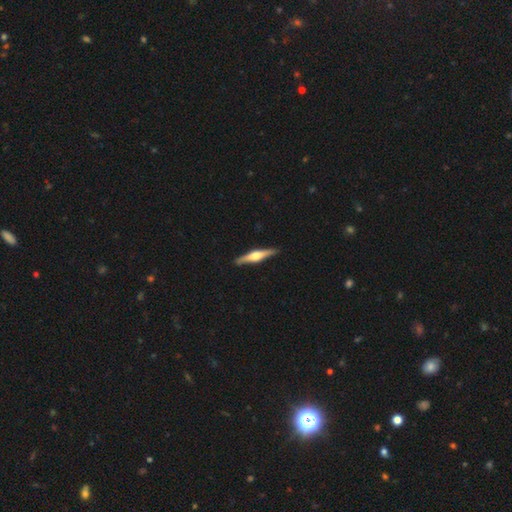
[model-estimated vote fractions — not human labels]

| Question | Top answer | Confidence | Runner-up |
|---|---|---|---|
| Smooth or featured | featured or disk | 72% | smooth (23%) |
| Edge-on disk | yes | 98% | no (2%) |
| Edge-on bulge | rounded | 91% | boxy (6%) |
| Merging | none | 90% | minor disturbance (7%) |